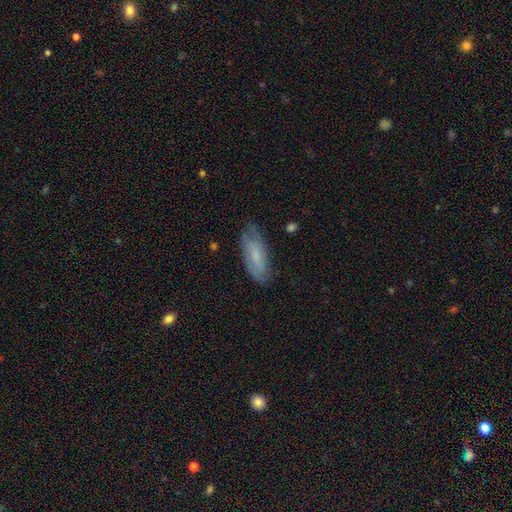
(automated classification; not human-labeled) Smooth or featured: smooth — 57% (featured or disk — 35%)
How rounded: in between — 71% (cigar-shaped — 27%)
Merging: none — 70% (minor disturbance — 23%)